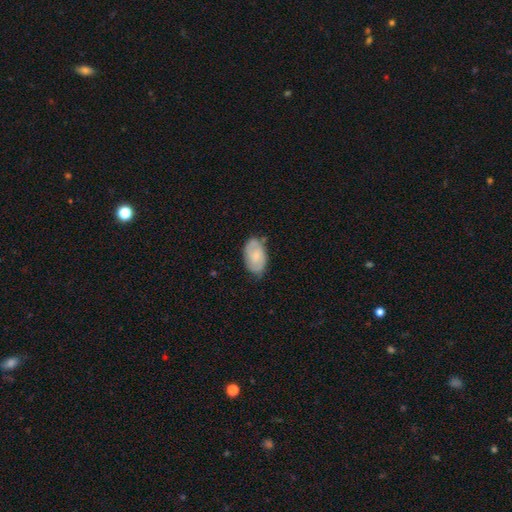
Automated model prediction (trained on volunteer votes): The model was most divided on "smooth or featured": smooth: 56%, featured or disk: 37%, star or artifact: 7%. More confident: how rounded — in between (93%); merging — none (69%).